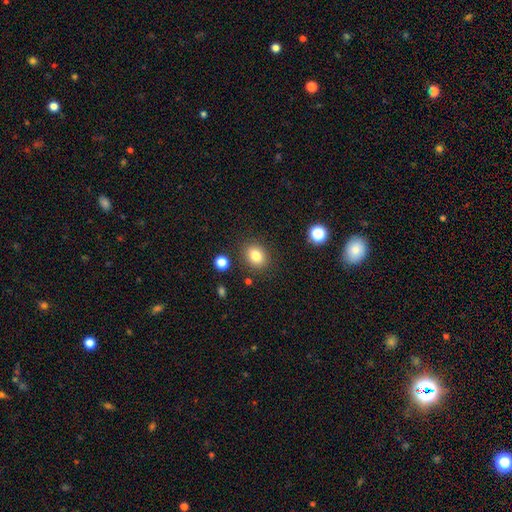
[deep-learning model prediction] Smooth or featured? smooth (82%)
How rounded? round (56%)
Merging? none (85%)